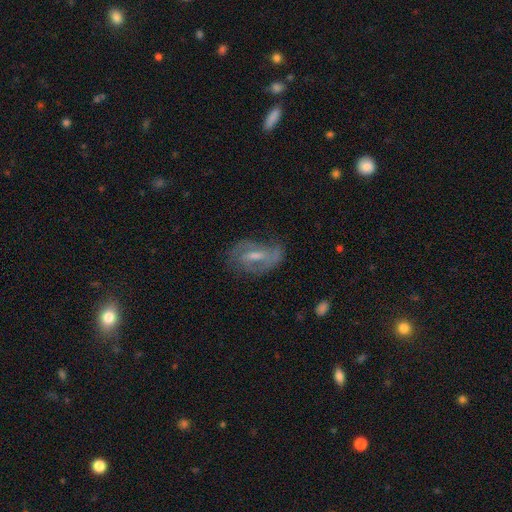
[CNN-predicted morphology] Smooth or featured: featured or disk — 71% (smooth — 20%)
Edge-on disk: no — 92% (yes — 8%)
Bar: weak — 50% (strong — 30%)
Spiral arms: yes — 81% (no — 19%)
Spiral winding: medium — 45% (tight — 33%)
Spiral arm count: 2 — 61% (can't tell — 23%)
Bulge size: moderate — 46% (small — 37%)
Merging: none — 60% (minor disturbance — 24%)